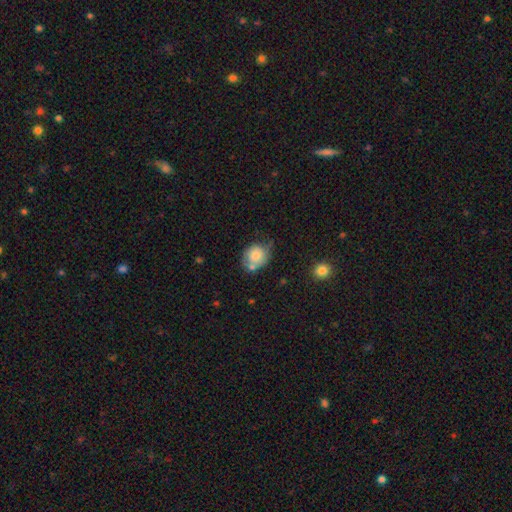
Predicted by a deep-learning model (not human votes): Smooth or featured?
  - smooth: 71% *
  - featured or disk: 21%
  - star or artifact: 8%
How rounded?
  - round: 64% *
  - in between: 35%
  - cigar-shaped: 1%
Merging?
  - none: 42% *
  - minor disturbance: 31%
  - merger: 15%
  - major disturbance: 11%